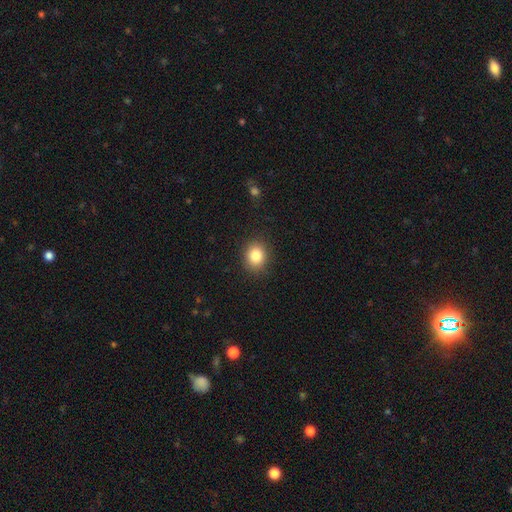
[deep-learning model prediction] Smooth or featured? smooth (84%)
How rounded? round (65%)
Merging? none (88%)